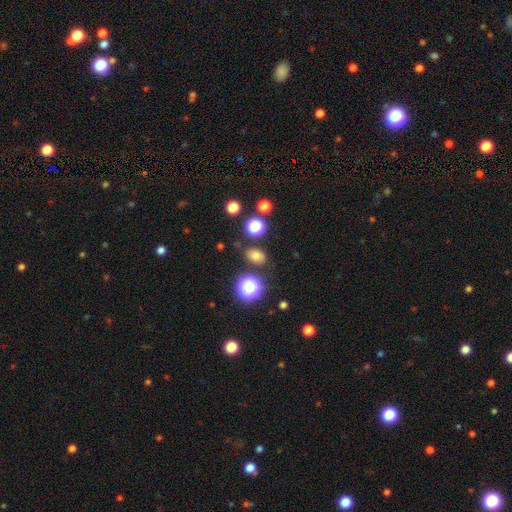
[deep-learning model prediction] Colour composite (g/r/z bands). It shows a smooth galaxy with no disk features (71%) that is in between round and cigar-shaped (66%). Merging: none (83%).